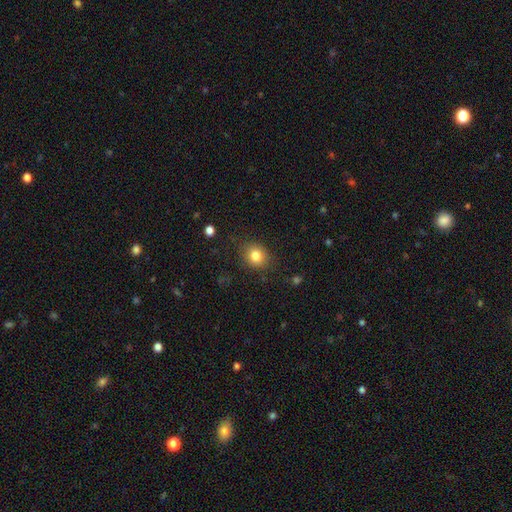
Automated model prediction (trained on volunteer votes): Overall: smooth (82%). How rounded: round (64%; in between 35%). Merging: none (83%).